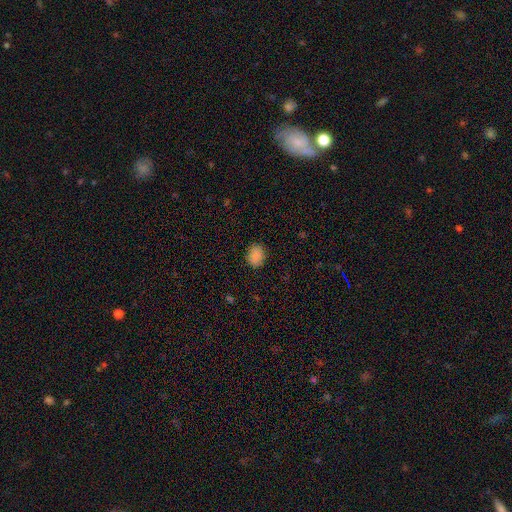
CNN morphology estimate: The model was most divided on "how rounded": in between: 56%, round: 43%, cigar-shaped: 1%. More confident: smooth or featured — smooth (88%); merging — none (87%).